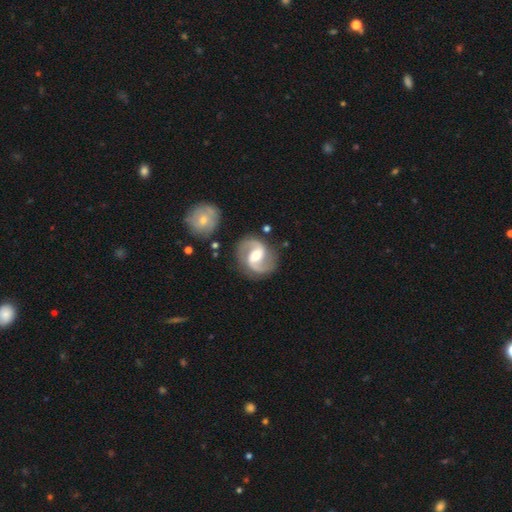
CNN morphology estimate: type=featured or disk (90%); edge-on=no (98%); bar=weak (45%); spiral arms=yes (97%); winding=medium (56%); arm count=2 (94%); bulge=moderate (70%); merging=none (84%).